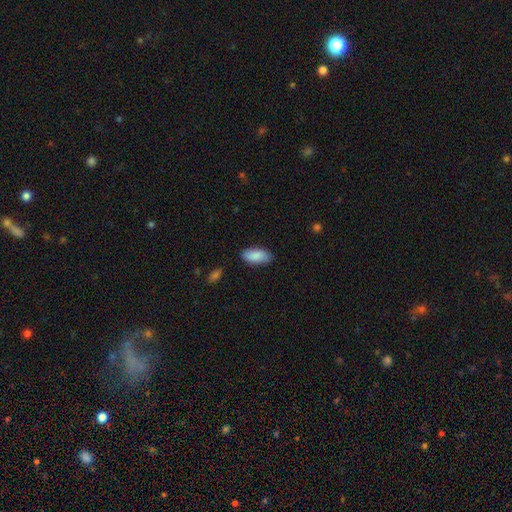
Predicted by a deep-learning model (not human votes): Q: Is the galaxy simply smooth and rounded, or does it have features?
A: smooth — 88%.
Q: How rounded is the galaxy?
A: in between — 89%.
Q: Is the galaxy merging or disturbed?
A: none — 83%.